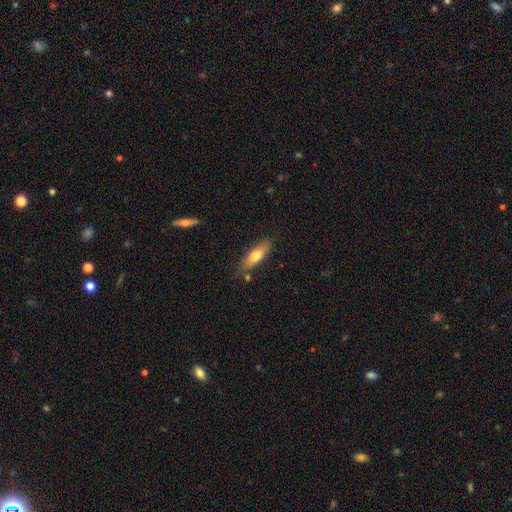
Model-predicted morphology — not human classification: smooth 69%, featured or disk 24%, star or artifact 6%. Down the decision tree: how rounded — cigar-shaped (51%); merging — none (79%).